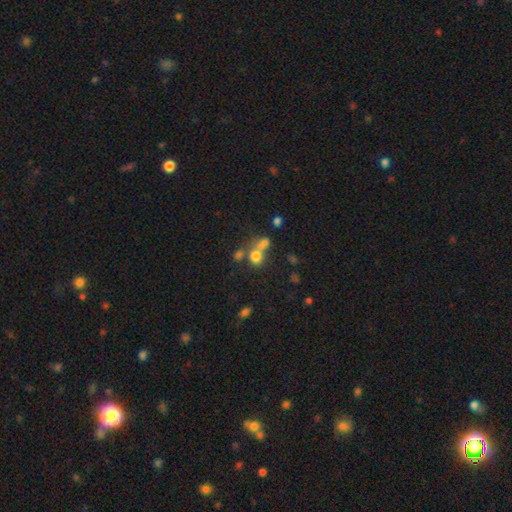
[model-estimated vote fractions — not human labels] smooth 67%, star or artifact 17%, featured or disk 16%. Down the decision tree: how rounded — round (69%); merging — merger (49%).